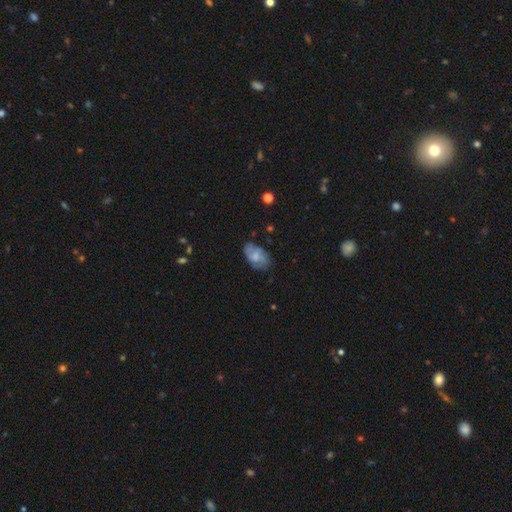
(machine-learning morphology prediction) Smooth or featured: smooth — 49% (featured or disk — 43%)
Merging: none — 65% (minor disturbance — 25%)